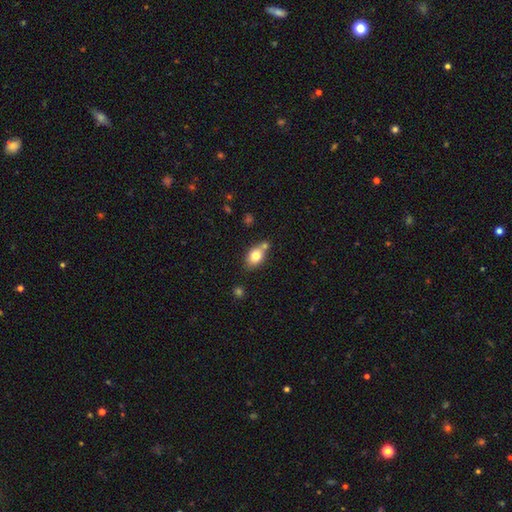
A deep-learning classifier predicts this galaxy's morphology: type=smooth (78%); roundness=in between (79%); merging=none (58%).